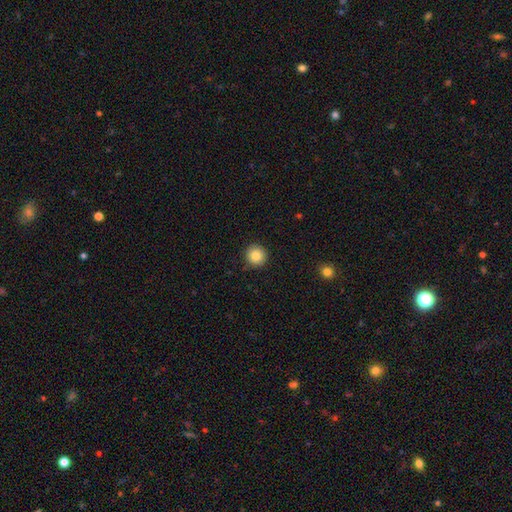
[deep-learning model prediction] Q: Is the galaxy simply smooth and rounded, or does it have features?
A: smooth — 84%.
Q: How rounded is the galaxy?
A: round — 95%.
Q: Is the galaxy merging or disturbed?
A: none — 92%.